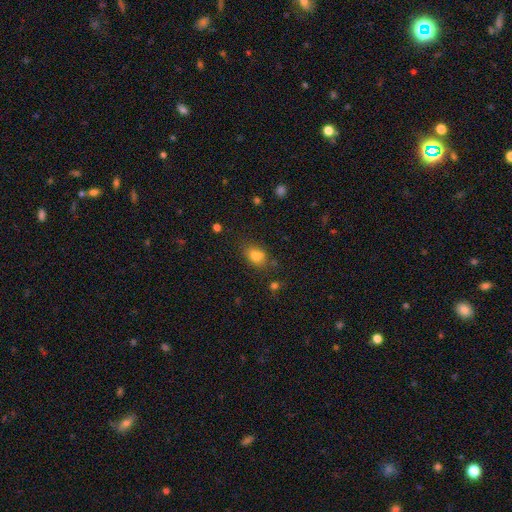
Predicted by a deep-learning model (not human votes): Smooth or featured? Predicted: smooth (p=0.78). How rounded? Predicted: in between (p=0.68). Merging? Predicted: none (p=0.66).